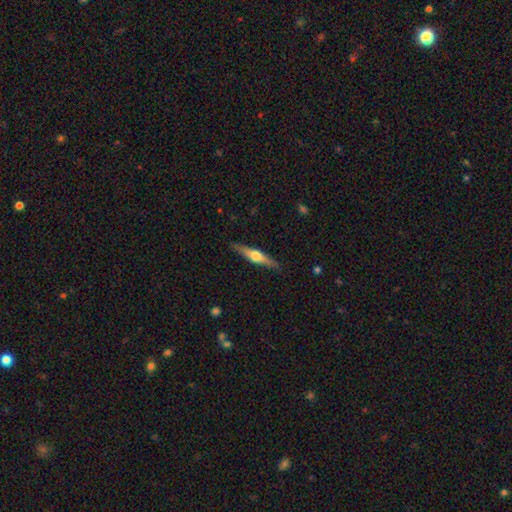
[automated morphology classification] smooth_or_featured: featured or disk (p=0.69) [alt: smooth p=0.26]
disk_edge_on: yes (p=0.97) [alt: no p=0.03]
edge_on_bulge: rounded (p=0.93) [alt: boxy p=0.04]
merging: none (p=0.88) [alt: minor disturbance p=0.09]